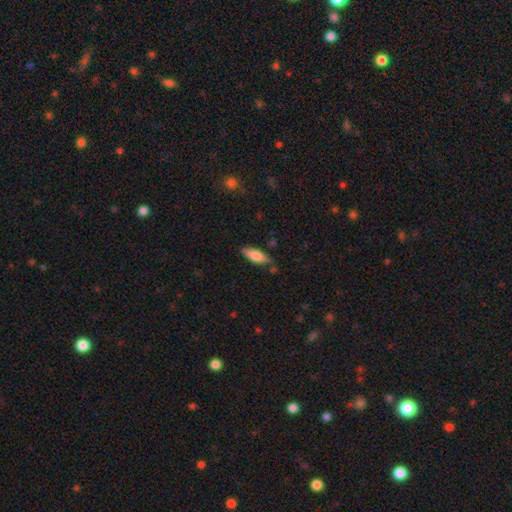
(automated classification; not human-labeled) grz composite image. It shows a smooth galaxy with no disk features (79%) that is in between round and cigar-shaped (63%). Merging: none (79%).